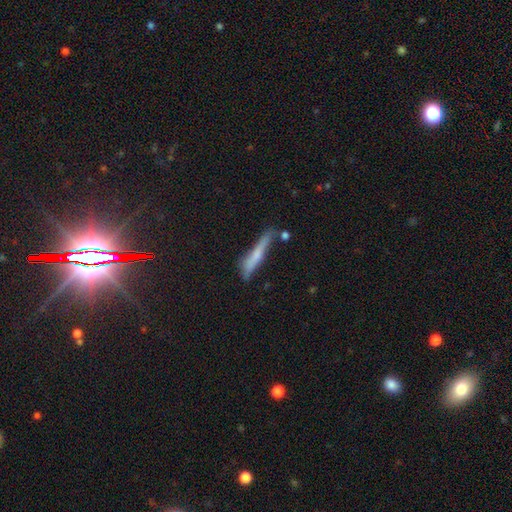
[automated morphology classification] Overall: smooth (53%; featured or disk 38%). How rounded: cigar-shaped (93%). Merging: none (65%).